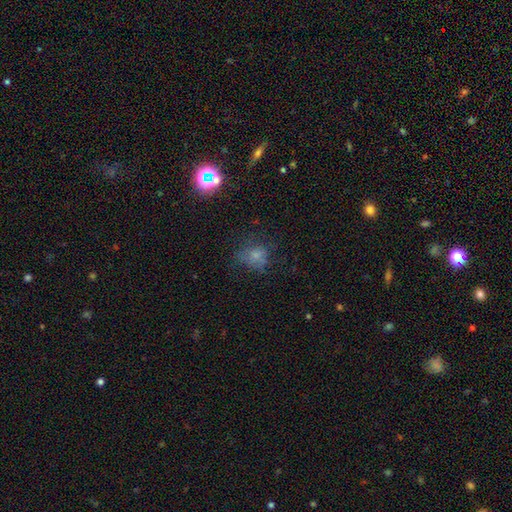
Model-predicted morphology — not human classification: smooth_or_featured: smooth (p=0.63) [alt: star or artifact p=0.22]
how_rounded: round (p=0.64) [alt: in between p=0.35]
merging: none (p=0.54) [alt: minor disturbance p=0.24]